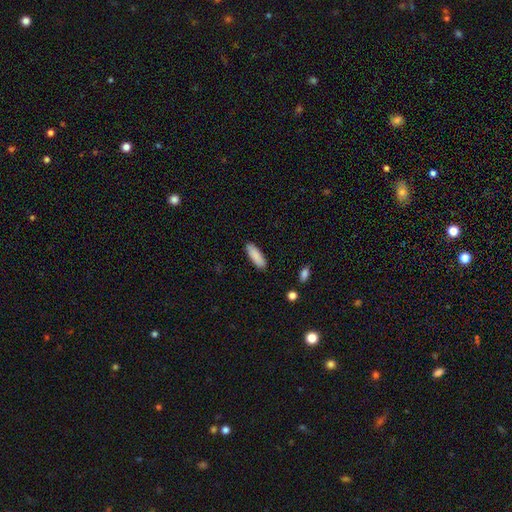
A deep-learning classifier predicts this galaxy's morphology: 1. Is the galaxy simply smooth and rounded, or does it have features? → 88% smooth, 6% star or artifact, 6% featured or disk.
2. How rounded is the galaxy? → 52% in between, 47% cigar-shaped, 1% round.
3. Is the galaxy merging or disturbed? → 87% none, 9% minor disturbance, 2% major disturbance, 1% merger.